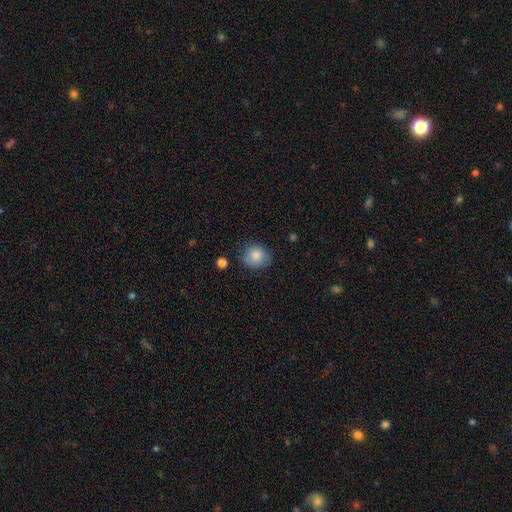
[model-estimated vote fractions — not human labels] Smooth or featured? Predicted: smooth (p=0.85). How rounded? Predicted: round (p=0.79). Merging? Predicted: none (p=0.74).